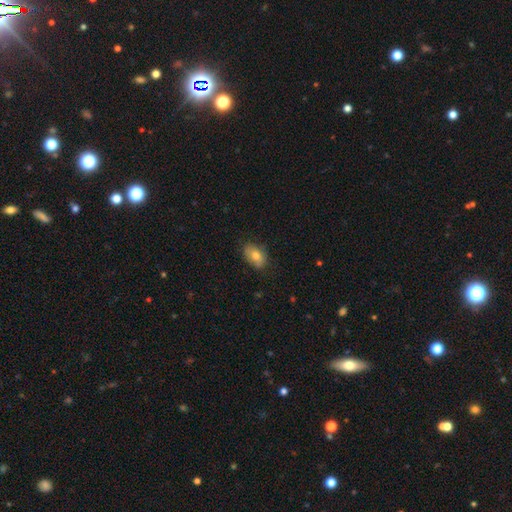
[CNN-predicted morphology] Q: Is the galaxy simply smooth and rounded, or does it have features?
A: smooth — 74%.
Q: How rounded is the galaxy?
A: in between — 86%.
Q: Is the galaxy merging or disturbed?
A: none — 76%.